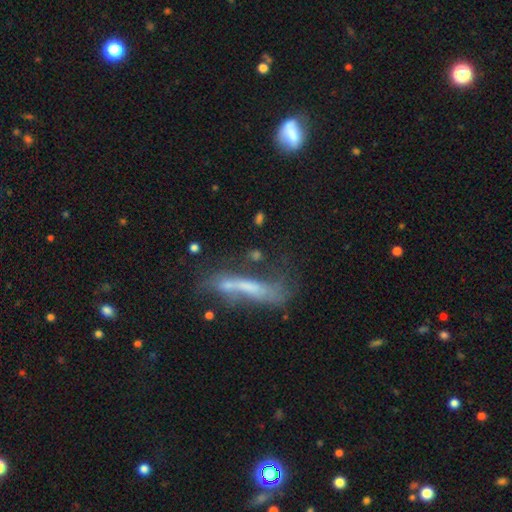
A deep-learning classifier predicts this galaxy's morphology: smooth 46%, featured or disk 40%, star or artifact 14%. Down the decision tree: merging — none (32%).